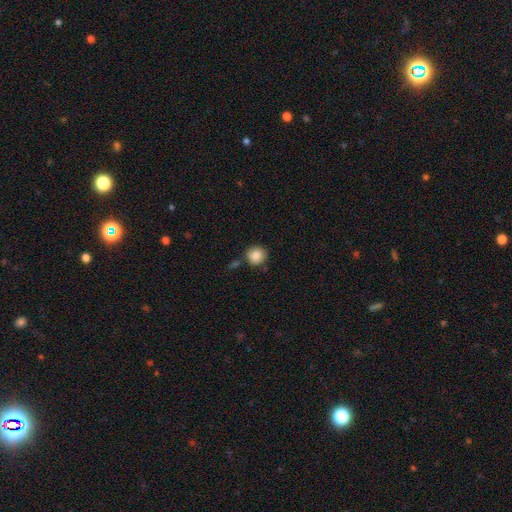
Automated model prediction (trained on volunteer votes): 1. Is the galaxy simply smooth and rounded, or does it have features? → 87% smooth, 9% star or artifact, 5% featured or disk.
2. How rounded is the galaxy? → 91% round, 8% in between, 1% cigar-shaped.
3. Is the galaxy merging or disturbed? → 79% none, 11% minor disturbance, 7% merger, 3% major disturbance.